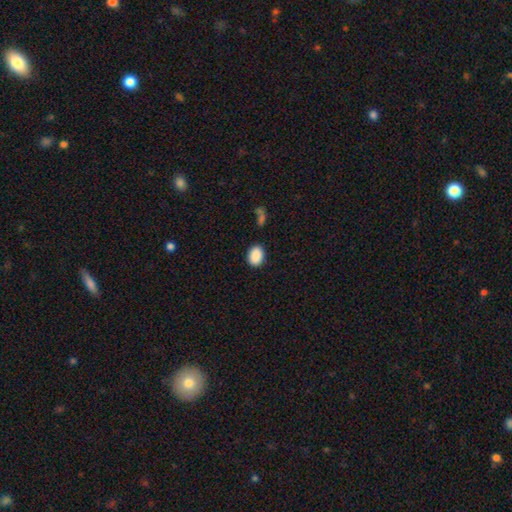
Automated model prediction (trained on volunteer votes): A smooth galaxy with no disk features (89%) that is in between round and cigar-shaped (76%).

Vote fractions:
- Smooth or featured? smooth: 89% / star or artifact: 8% / featured or disk: 3%
- How rounded? in between: 76% / round: 23% / cigar-shaped: 1%
- Merging? none: 84% / minor disturbance: 11% / major disturbance: 3% / merger: 2%